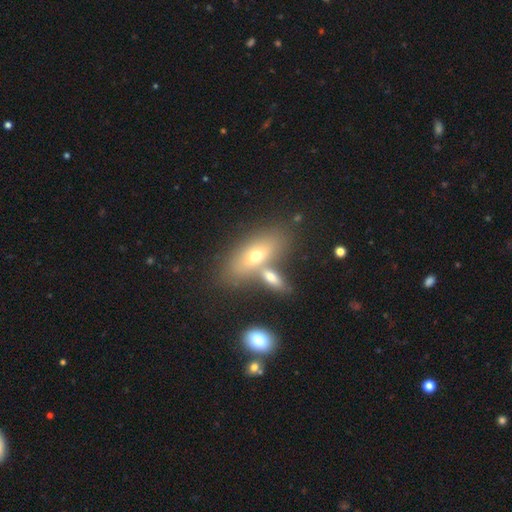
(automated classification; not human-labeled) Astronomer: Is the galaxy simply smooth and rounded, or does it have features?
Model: smooth — 49% (runner-up: featured or disk, 35%).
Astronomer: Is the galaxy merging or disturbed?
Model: none — 59%.